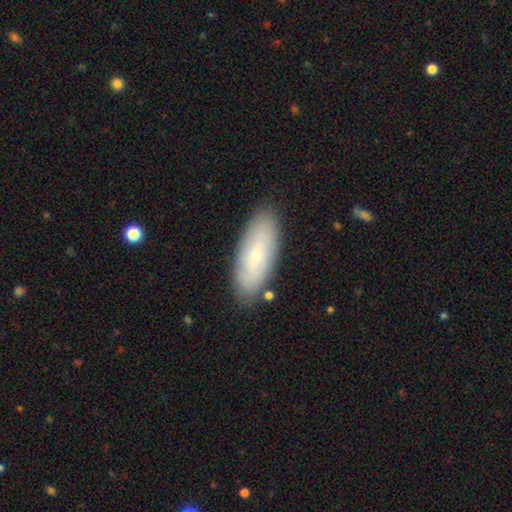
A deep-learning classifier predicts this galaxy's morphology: This appears to be a smooth galaxy with no disk features (65%) that is in between round and cigar-shaped (74%). Merging: none (85%).